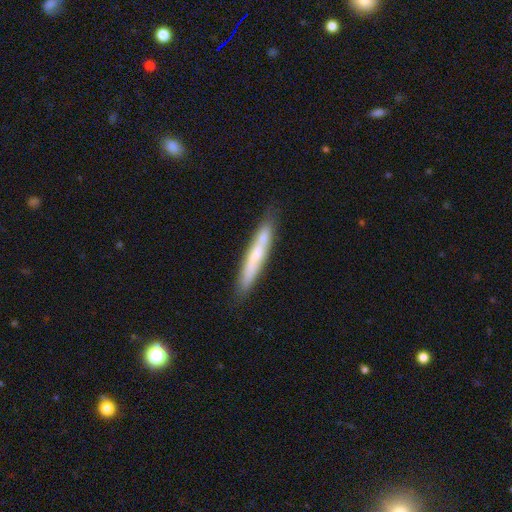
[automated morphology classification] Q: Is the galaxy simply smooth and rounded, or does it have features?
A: smooth — 53%.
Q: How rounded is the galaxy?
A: cigar-shaped — 94%.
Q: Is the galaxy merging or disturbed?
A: none — 73%.